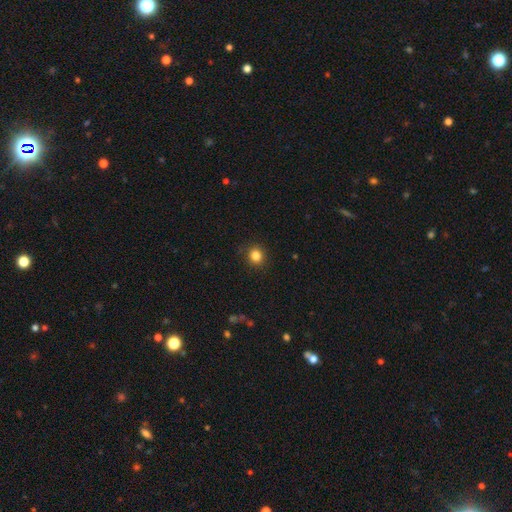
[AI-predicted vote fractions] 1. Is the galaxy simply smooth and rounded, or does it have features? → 84% smooth, 12% star or artifact, 4% featured or disk.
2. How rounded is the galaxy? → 86% round, 14% in between, 1% cigar-shaped.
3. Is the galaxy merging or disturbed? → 90% none, 7% minor disturbance, 2% major disturbance, 1% merger.